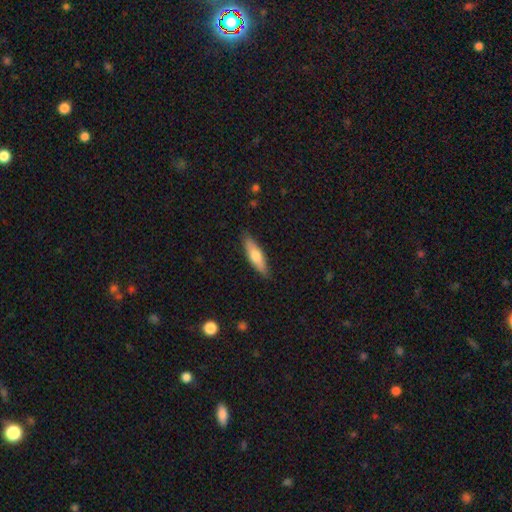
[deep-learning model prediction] A smooth galaxy with no disk features (64%) that is cigar-shaped (62%). Merging: none (86%).